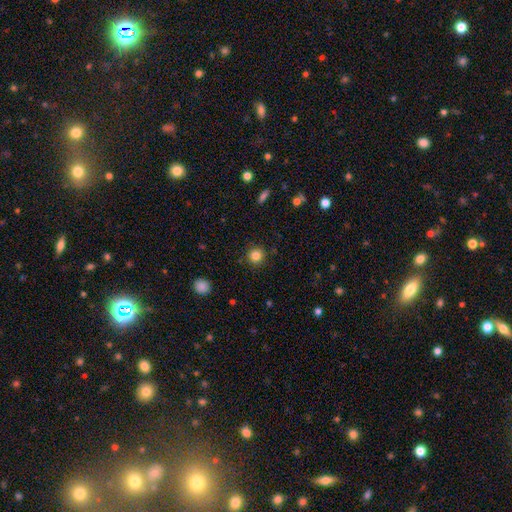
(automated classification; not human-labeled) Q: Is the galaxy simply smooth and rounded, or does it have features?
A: smooth — 83%.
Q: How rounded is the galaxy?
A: round — 94%.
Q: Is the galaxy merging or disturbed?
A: none — 90%.